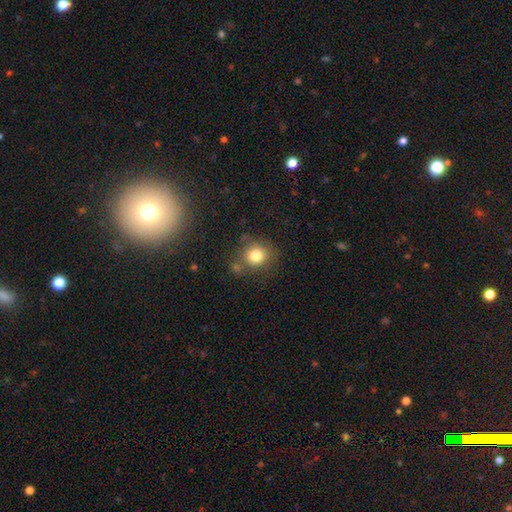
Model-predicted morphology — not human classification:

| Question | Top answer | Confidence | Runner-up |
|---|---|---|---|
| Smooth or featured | smooth | 80% | star or artifact (12%) |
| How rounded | round | 81% | in between (18%) |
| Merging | none | 71% | minor disturbance (14%) |